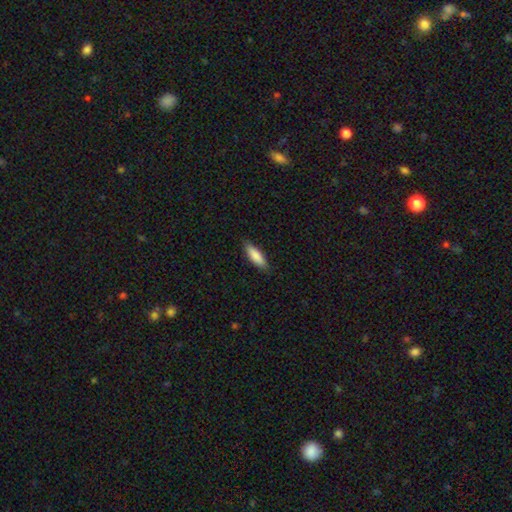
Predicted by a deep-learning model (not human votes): This is clearly a smooth galaxy (86%). How rounded: possibly in between (50%). Merging: clearly none (86%).